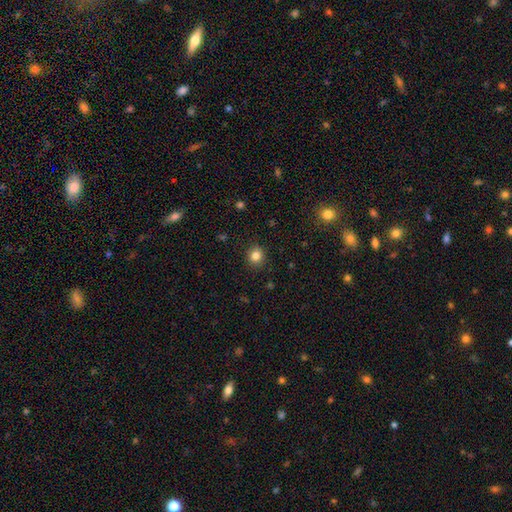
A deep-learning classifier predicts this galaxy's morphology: Smooth or featured: smooth — 83% (star or artifact — 12%)
How rounded: round — 82% (in between — 17%)
Merging: none — 90% (minor disturbance — 7%)